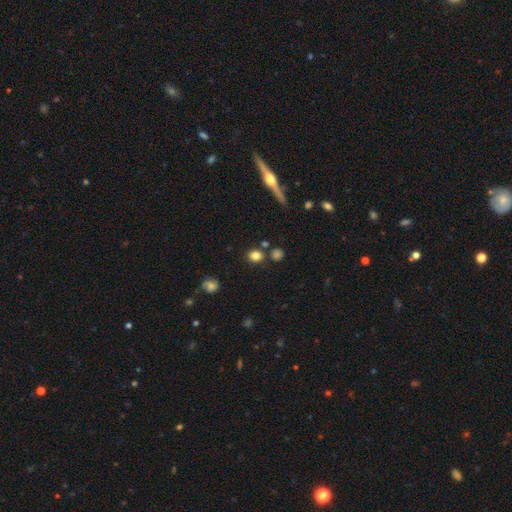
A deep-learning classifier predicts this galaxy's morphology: This is clearly a smooth galaxy (81%). How rounded: likely round (66%). Merging: likely none (78%).